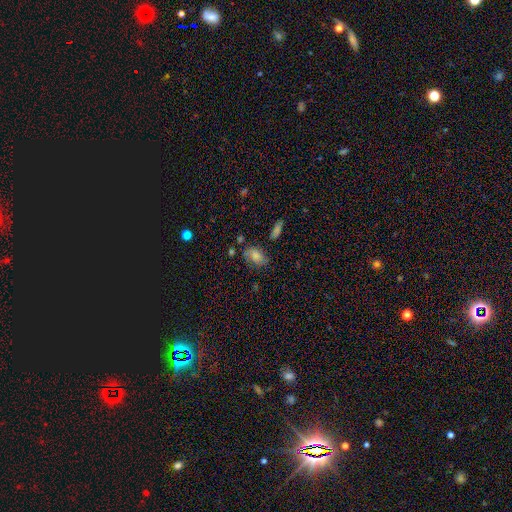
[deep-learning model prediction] This appears to be a smooth galaxy with no disk features (68%) that is in between round and cigar-shaped (80%). Merging: none (63%).